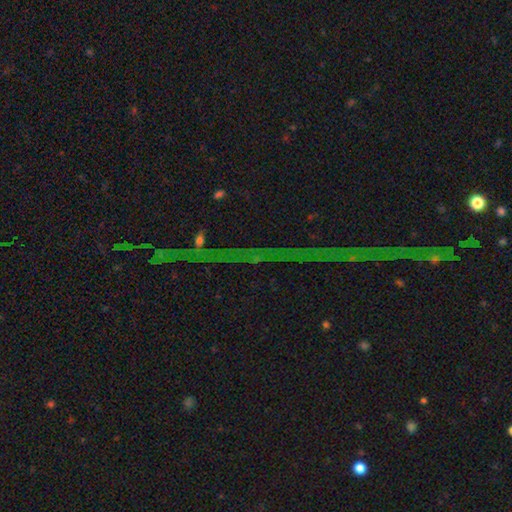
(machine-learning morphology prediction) Smooth or featured?
  - star or artifact: 84% *
  - featured or disk: 9%
  - smooth: 7%